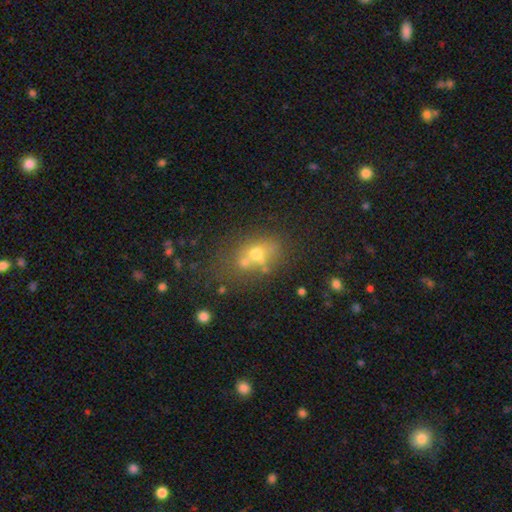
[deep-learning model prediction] smooth_or_featured: smooth (p=0.54) [alt: featured or disk p=0.25]
how_rounded: in between (p=0.51) [alt: round p=0.46]
merging: merger (p=0.41) [alt: none p=0.40]